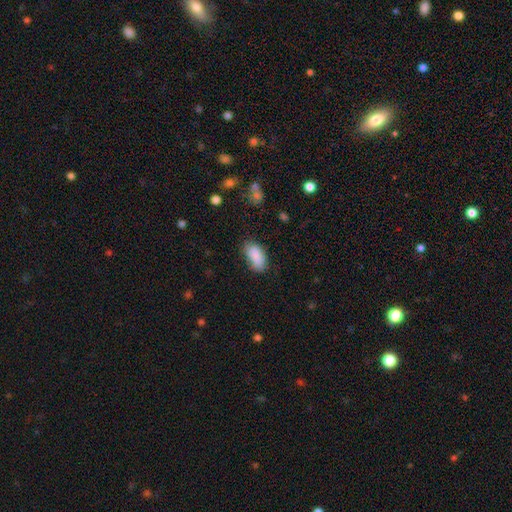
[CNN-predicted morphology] Smooth or featured? smooth (87%)
How rounded? in between (93%)
Merging? none (67%)